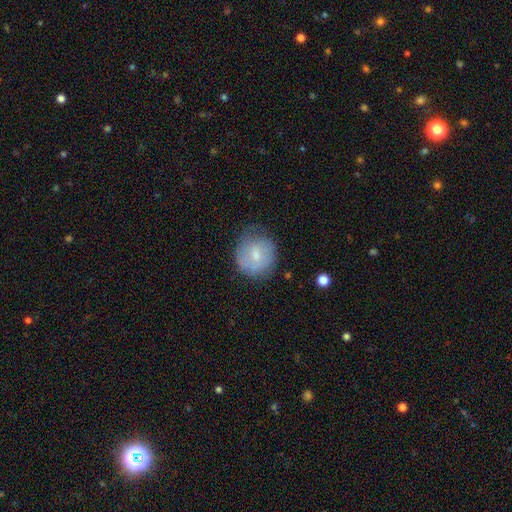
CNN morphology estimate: smooth_or_featured: smooth (p=0.64) [alt: featured or disk p=0.29]
how_rounded: round (p=0.86) [alt: in between p=0.13]
merging: none (p=0.63) [alt: minor disturbance p=0.27]